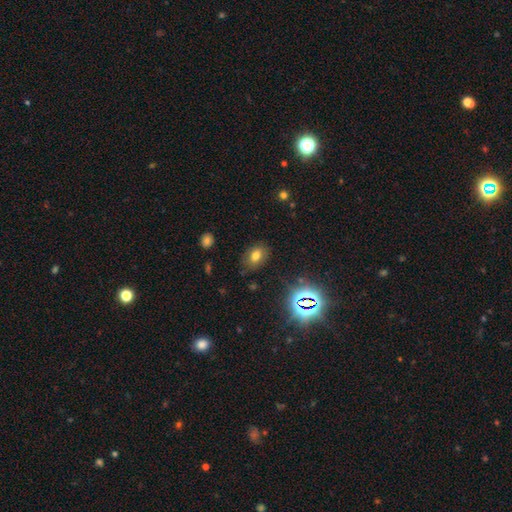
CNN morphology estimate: Overall: smooth (68%). How rounded: in between (74%). Merging: none (81%).